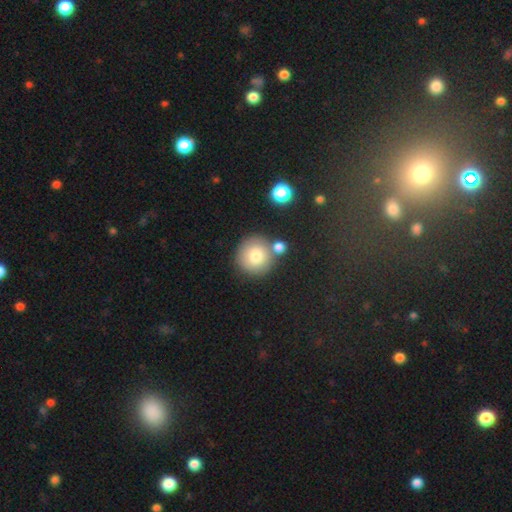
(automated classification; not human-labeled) This appears to be a smooth galaxy with no disk features (80%) that is round (93%). Merging: none (70%).